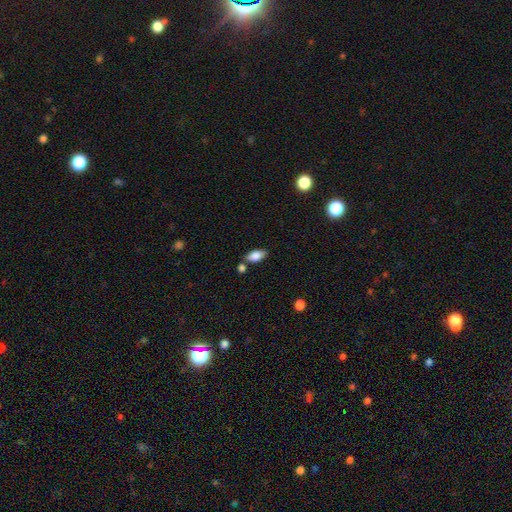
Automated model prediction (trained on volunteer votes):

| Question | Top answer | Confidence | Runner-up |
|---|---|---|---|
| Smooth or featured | smooth | 84% | featured or disk (9%) |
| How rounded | in between | 90% | cigar-shaped (6%) |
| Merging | none | 72% | minor disturbance (14%) |